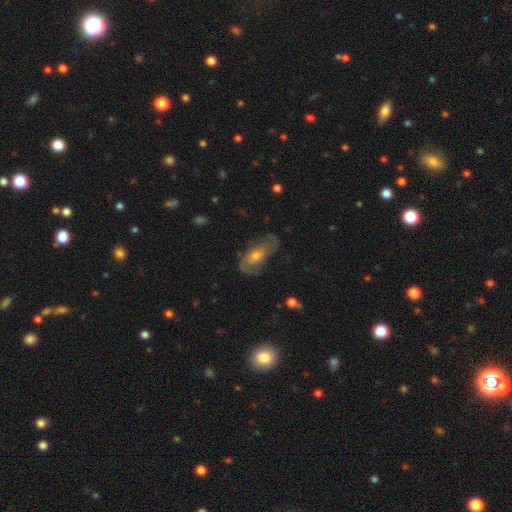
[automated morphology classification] This appears to be a featured or disk galaxy (68%) with no bar (67%), 2 (67%) medium (42%) spiral arms (84%) and a moderate central bulge (53%). Merging: none (60%).